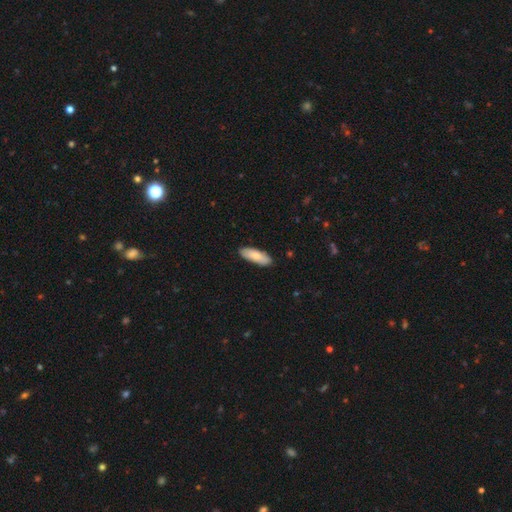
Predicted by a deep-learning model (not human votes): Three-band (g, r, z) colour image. It shows a smooth galaxy with no disk features (79%) that is in between round and cigar-shaped (64%). Merging: none (87%).